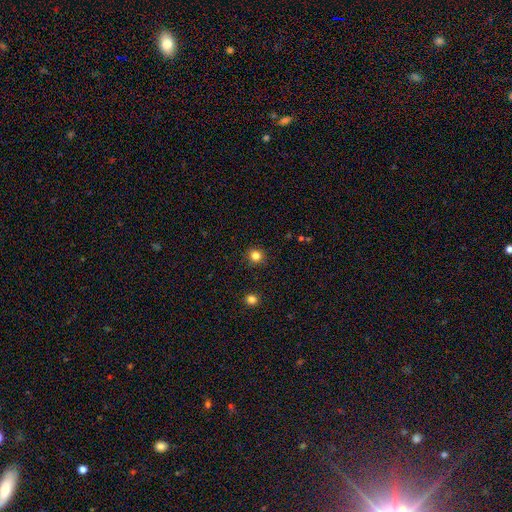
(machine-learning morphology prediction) This is clearly a smooth galaxy (82%). How rounded: clearly round (93%). Merging: clearly none (91%).